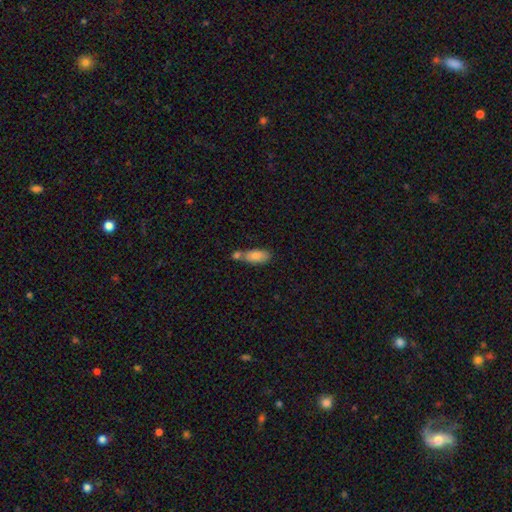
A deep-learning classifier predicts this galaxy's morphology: A smooth galaxy with no disk features (80%) that is in between round and cigar-shaped (84%). Merging: merger (43%).